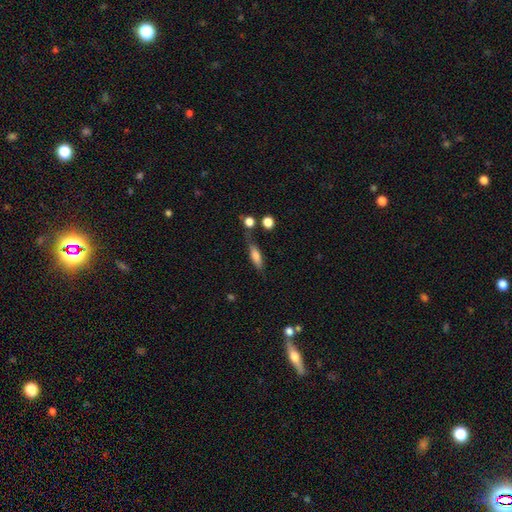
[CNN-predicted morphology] Smooth or featured? smooth (72%)
How rounded? cigar-shaped (53%)
Merging? none (62%)